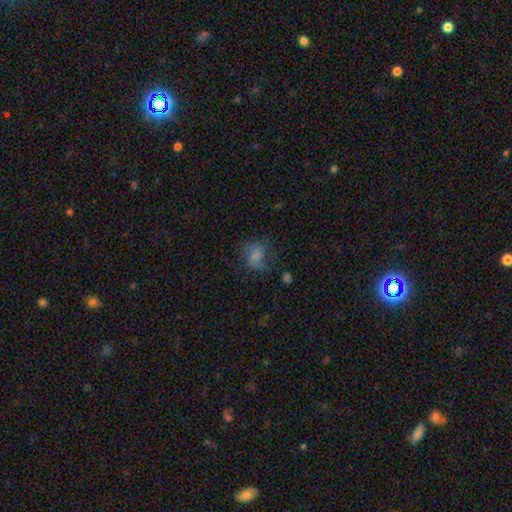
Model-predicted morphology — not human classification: This appears to be a smooth galaxy with no disk features (48%). Merging: none (52%).